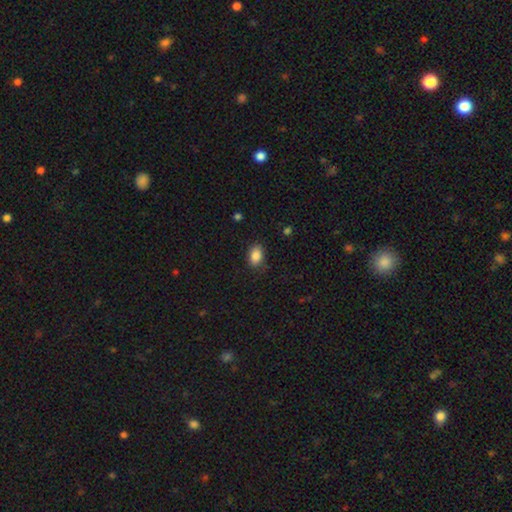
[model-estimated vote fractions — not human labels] Q: Smooth or featured?
A: smooth (87%); runner-up: star or artifact (8%)
Q: How rounded?
A: in between (83%); runner-up: round (16%)
Q: Merging?
A: none (81%); runner-up: minor disturbance (14%)